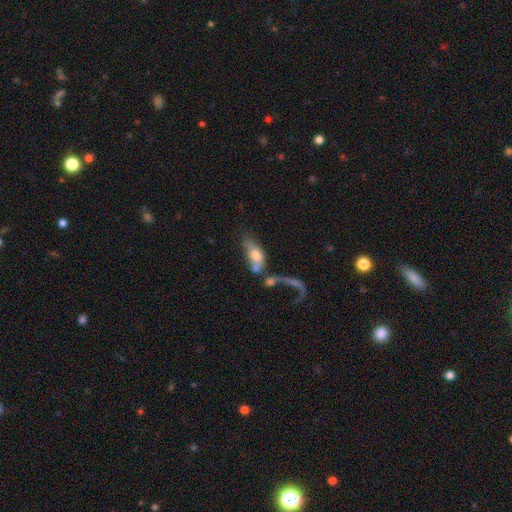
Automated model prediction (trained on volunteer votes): The model was most divided on "smooth or featured": smooth: 52%, featured or disk: 40%, star or artifact: 8%. Remaining: how rounded — in between (74%); merging — merger (46%).